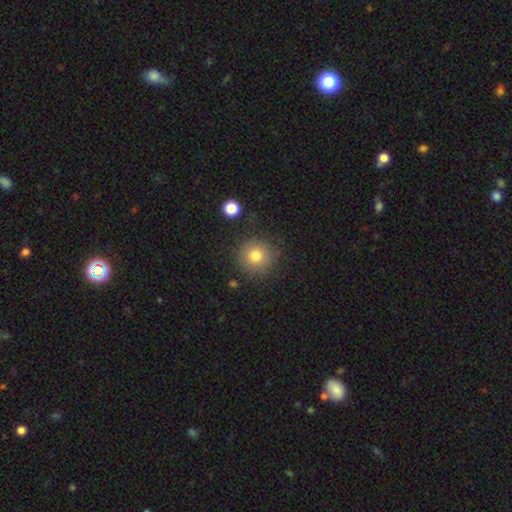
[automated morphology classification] smooth 78%, star or artifact 12%, featured or disk 10%. Down the decision tree: how rounded — round (94%); merging — none (85%).